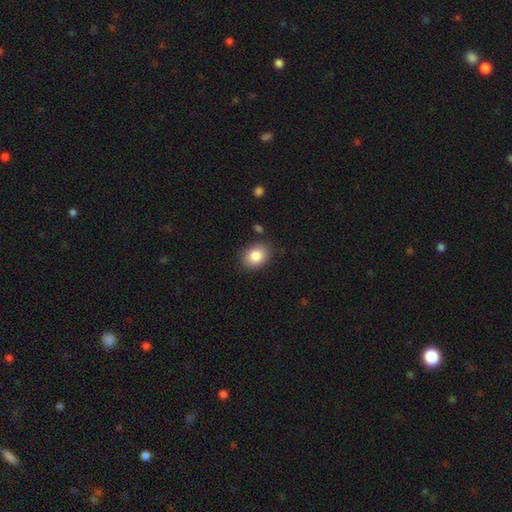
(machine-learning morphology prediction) Q: Smooth or featured?
A: smooth (86%); runner-up: star or artifact (8%)
Q: How rounded?
A: in between (53%); runner-up: round (46%)
Q: Merging?
A: none (83%); runner-up: minor disturbance (12%)